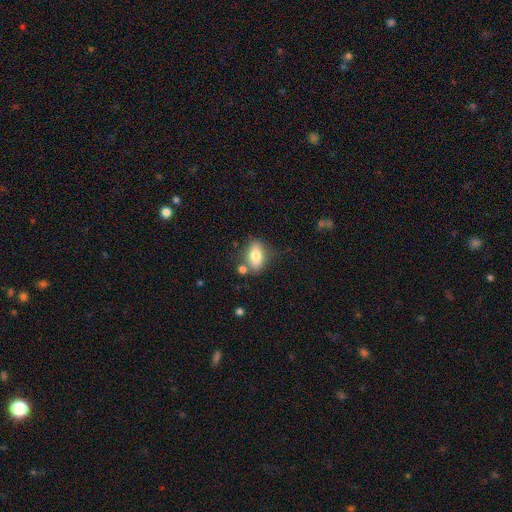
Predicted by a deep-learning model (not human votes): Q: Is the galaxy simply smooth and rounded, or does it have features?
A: smooth — 73%.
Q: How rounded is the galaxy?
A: in between — 83%.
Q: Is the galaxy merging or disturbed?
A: none — 69%.